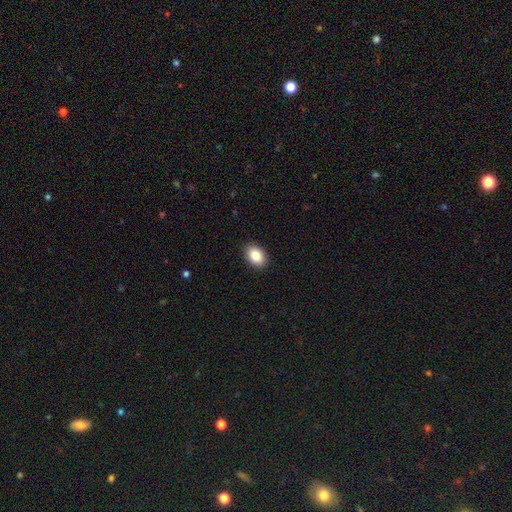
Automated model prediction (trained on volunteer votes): Smooth or featured: smooth — 87% (star or artifact — 8%)
How rounded: in between — 84% (round — 15%)
Merging: none — 90% (minor disturbance — 7%)